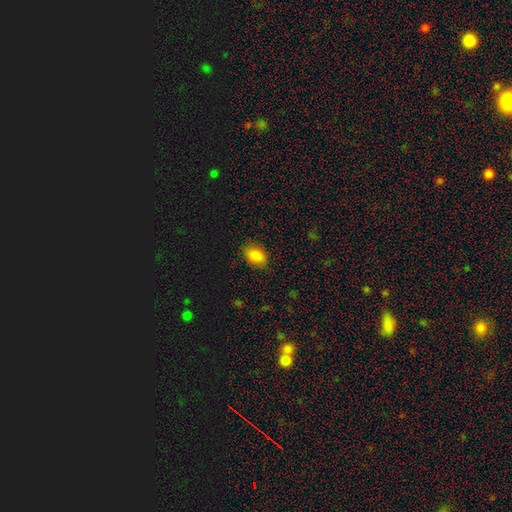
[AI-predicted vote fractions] This appears to be a smooth galaxy with no disk features (85%) that is in between round and cigar-shaped (78%). Merging: none (83%).